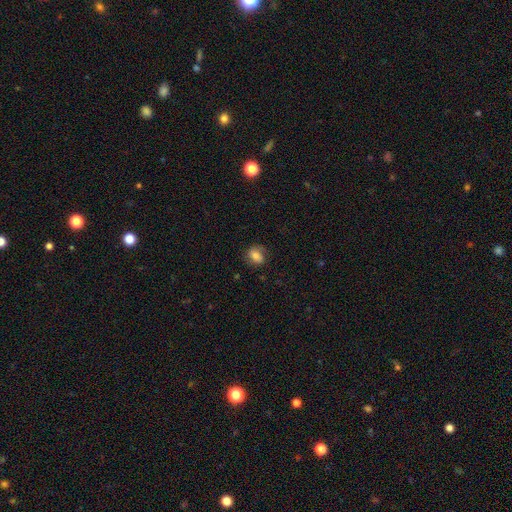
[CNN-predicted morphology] A smooth galaxy with no disk features (72%) that is in between round and cigar-shaped (67%).

Vote fractions:
- Smooth or featured? smooth: 72% / featured or disk: 18% / star or artifact: 10%
- How rounded? in between: 67% / round: 32% / cigar-shaped: 2%
- Merging? none: 67% / minor disturbance: 22% / major disturbance: 10% / merger: 2%